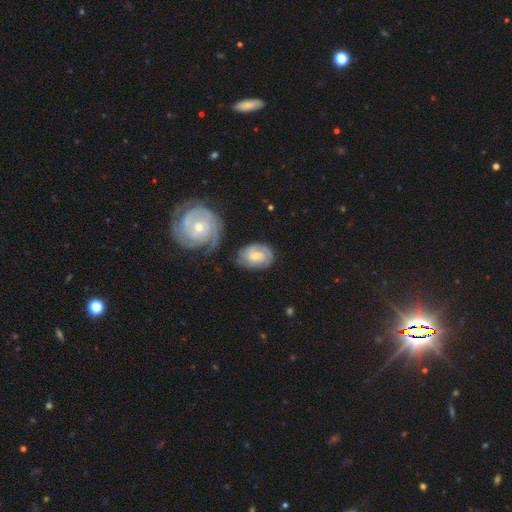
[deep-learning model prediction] Morphology: type=featured or disk (69%); edge-on=no (97%); bar=no (58%); spiral arms=yes (93%); winding=tight (63%); arm count=2 (41%); bulge=small (56%); merging=none (65%).